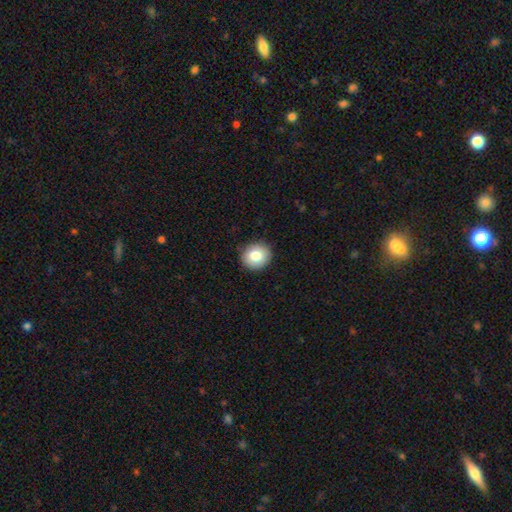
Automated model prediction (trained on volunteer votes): Q: Smooth or featured?
A: smooth (82%); runner-up: featured or disk (10%)
Q: How rounded?
A: round (82%); runner-up: in between (18%)
Q: Merging?
A: none (91%); runner-up: minor disturbance (7%)